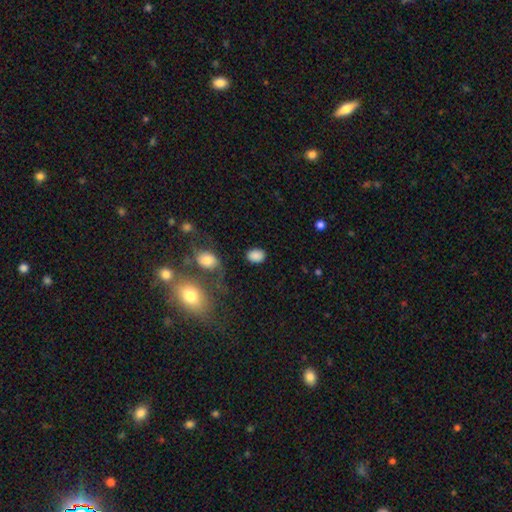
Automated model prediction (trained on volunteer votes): Smooth or featured: smooth — 86% (star or artifact — 9%)
How rounded: in between — 71% (round — 27%)
Merging: none — 81% (minor disturbance — 11%)